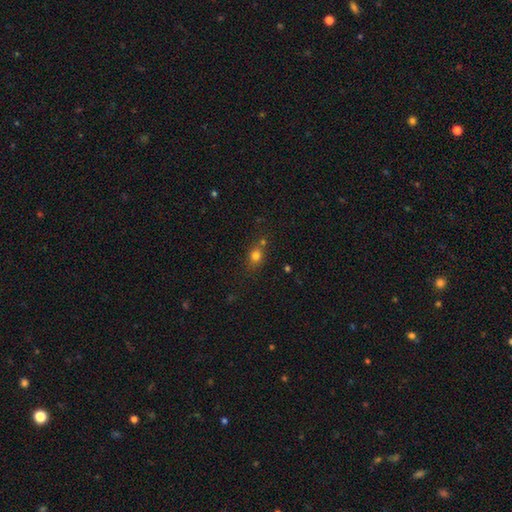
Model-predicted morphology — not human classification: Overall: smooth (77%). How rounded: round (60%; in between 38%). Merging: none (63%).